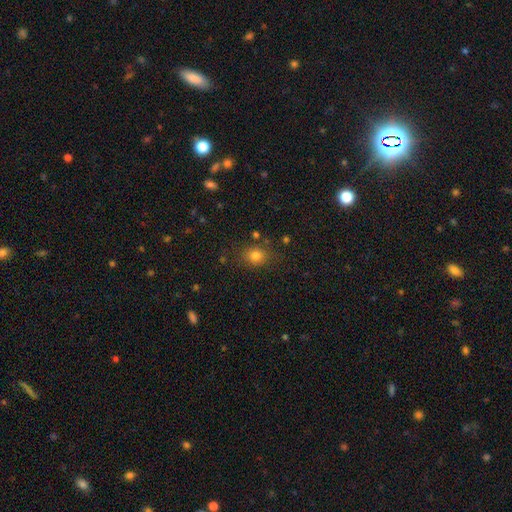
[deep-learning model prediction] Q: Smooth or featured?
A: smooth (79%); runner-up: star or artifact (14%)
Q: How rounded?
A: round (63%); runner-up: in between (36%)
Q: Merging?
A: none (79%); runner-up: minor disturbance (13%)